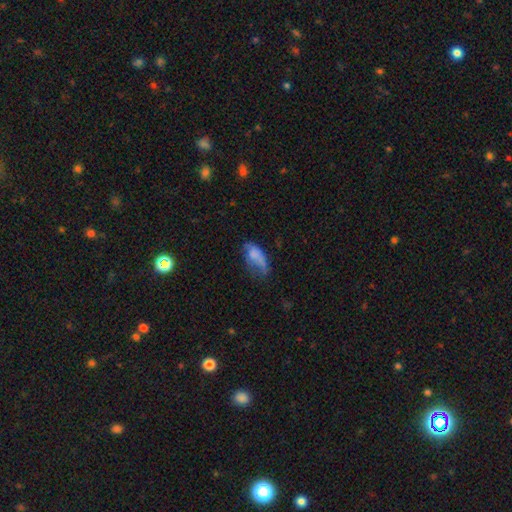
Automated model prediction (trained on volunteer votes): smooth_or_featured: smooth (p=0.63) [alt: featured or disk p=0.26]
how_rounded: in between (p=0.86) [alt: cigar-shaped p=0.10]
merging: major disturbance (p=0.35) [alt: minor disturbance p=0.31]